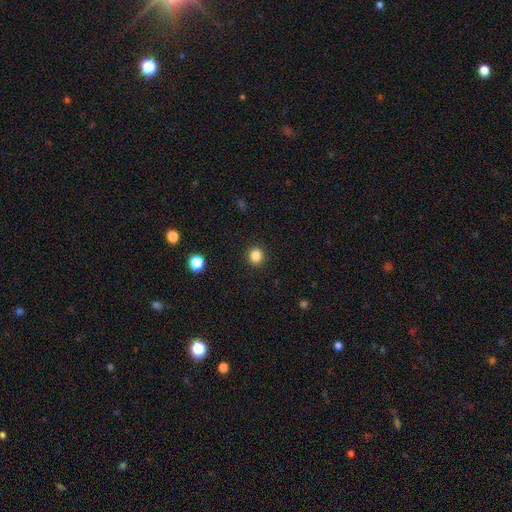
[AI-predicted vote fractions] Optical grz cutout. It shows a smooth galaxy with no disk features (85%) that is round (90%). Merging: none (92%).